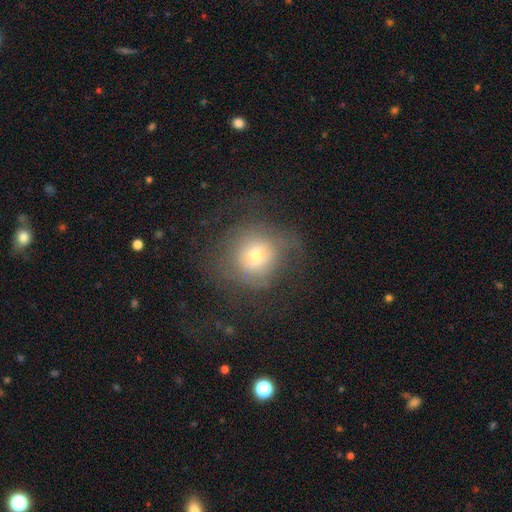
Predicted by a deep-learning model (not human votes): This is possibly a smooth galaxy (55%). How rounded: clearly round (88%). Merging: possibly none (53%).